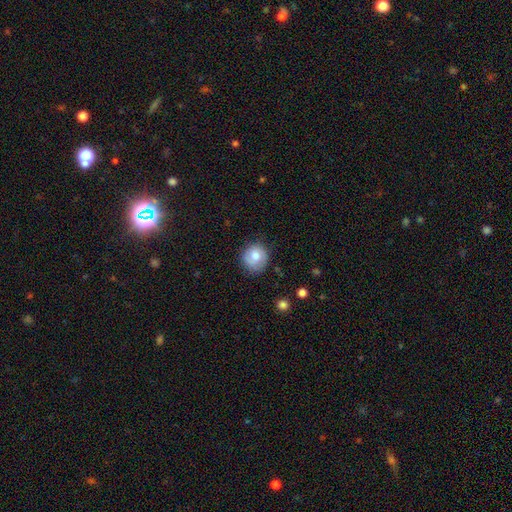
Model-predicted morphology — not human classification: A smooth galaxy with no disk features (76%) that is round (86%). Merging: none (74%).